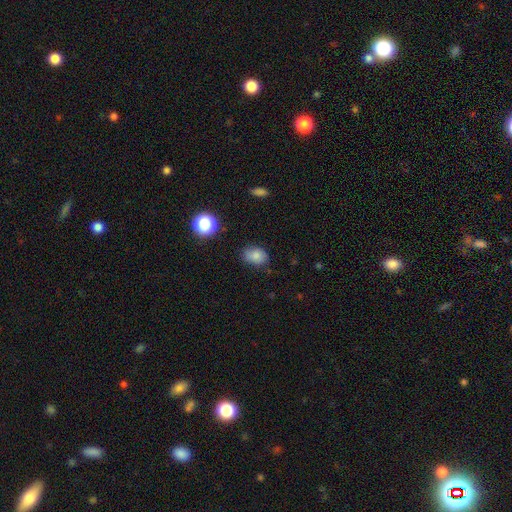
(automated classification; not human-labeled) Overall: smooth (81%). How rounded: in between (69%; round 30%). Merging: none (73%).